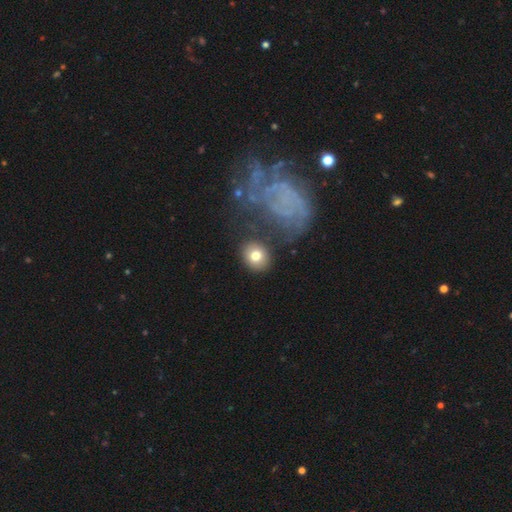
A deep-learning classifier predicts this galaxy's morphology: Smooth or featured: smooth — 76% (featured or disk — 16%)
How rounded: round — 71% (in between — 28%)
Merging: none — 79% (minor disturbance — 11%)